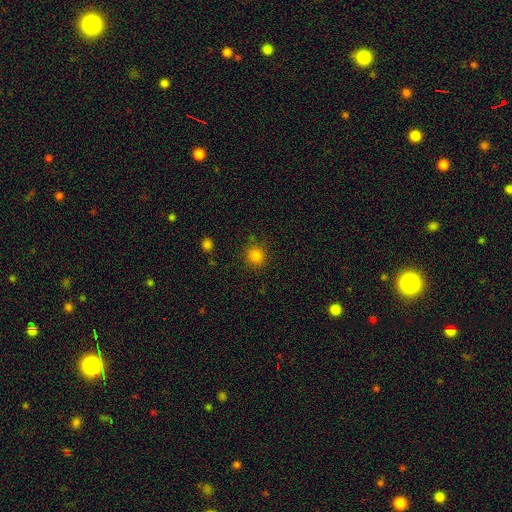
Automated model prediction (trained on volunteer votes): smooth-or-featured: smooth: 83% | star or artifact: 13% | featured or disk: 4%
  how-rounded: round: 91% | in between: 8% | cigar-shaped: 1%
  merging: none: 86% | minor disturbance: 8% | major disturbance: 3% | merger: 2%